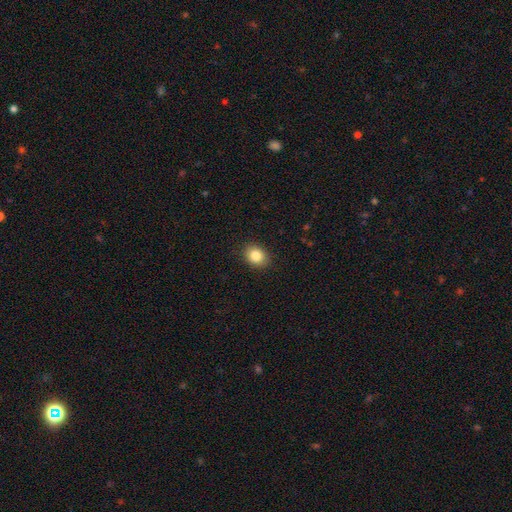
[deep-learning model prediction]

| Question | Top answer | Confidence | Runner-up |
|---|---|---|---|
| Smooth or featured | smooth | 84% | star or artifact (9%) |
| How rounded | in between | 54% | round (45%) |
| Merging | none | 89% | minor disturbance (8%) |